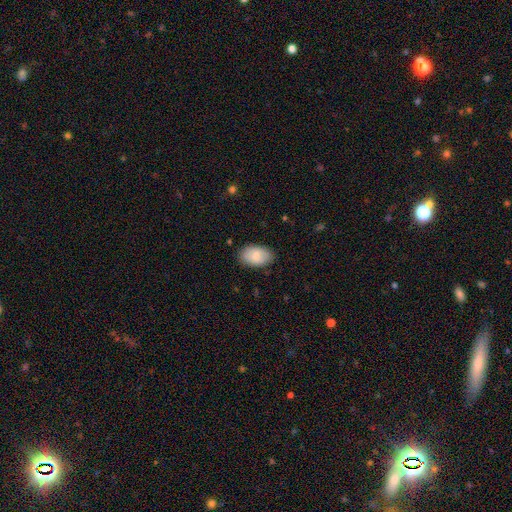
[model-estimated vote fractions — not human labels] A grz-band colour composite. It shows a smooth galaxy with no disk features (79%) that is in between round and cigar-shaped (93%). Merging: none (83%).